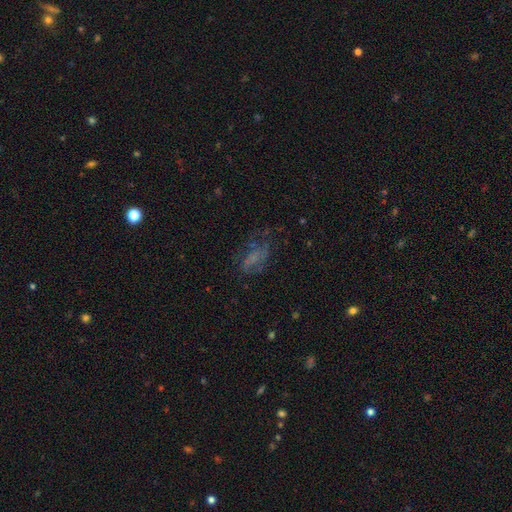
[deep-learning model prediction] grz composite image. It shows a featured or disk galaxy (44%). Merging: none (45%).